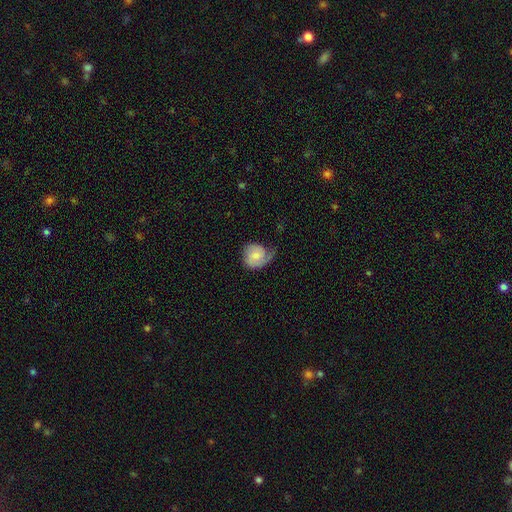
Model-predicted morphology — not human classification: A smooth galaxy with no disk features (47%, tied with featured or disk).

Vote fractions:
- Smooth or featured? smooth: 47% (tied) / featured or disk: 47% (tied) / star or artifact: 6%
- Merging? none: 37% / minor disturbance: 34% / major disturbance: 27% / merger: 2%